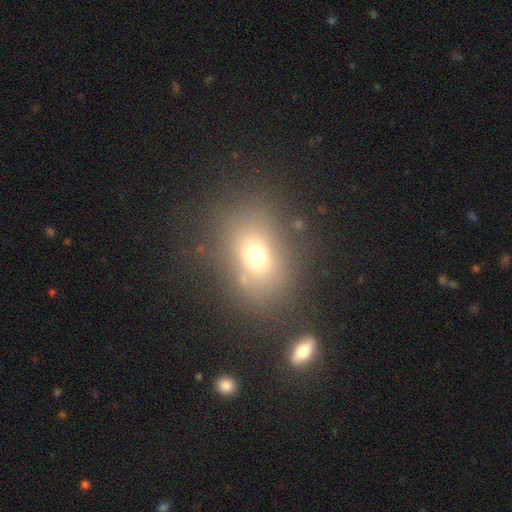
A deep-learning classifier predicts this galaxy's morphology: Smooth or featured: smooth — 67% (star or artifact — 18%)
How rounded: in between — 58% (round — 41%)
Merging: none — 71% (minor disturbance — 14%)